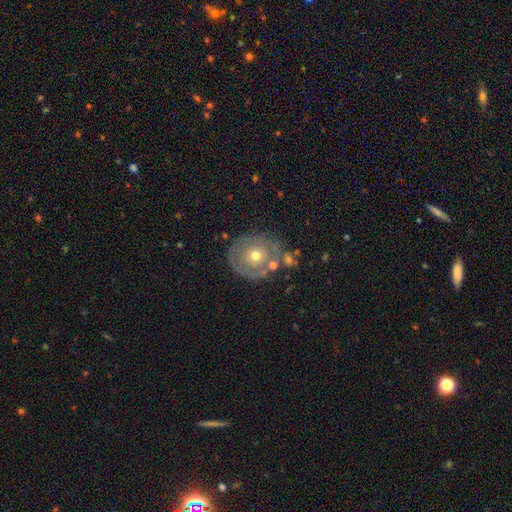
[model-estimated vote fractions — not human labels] smooth-or-featured: featured or disk: 51% | smooth: 41% | star or artifact: 8%
  disk-edge-on: no: 95% | yes: 5%
  merging: none: 68% | minor disturbance: 17% | merger: 8% | major disturbance: 8%